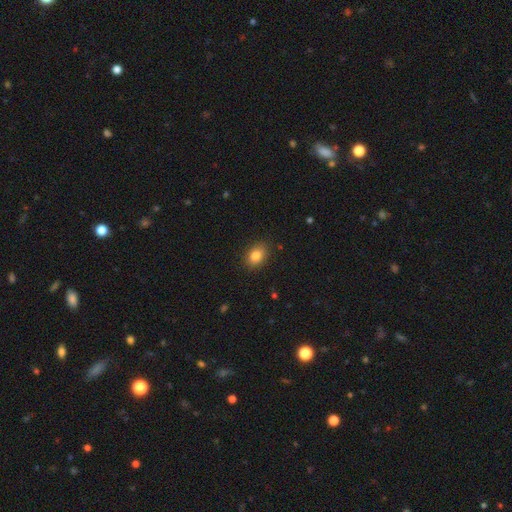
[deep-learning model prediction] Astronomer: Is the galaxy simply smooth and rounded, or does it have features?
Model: smooth — 84%.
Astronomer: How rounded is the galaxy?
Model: in between — 73%.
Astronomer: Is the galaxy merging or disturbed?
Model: none — 85%.